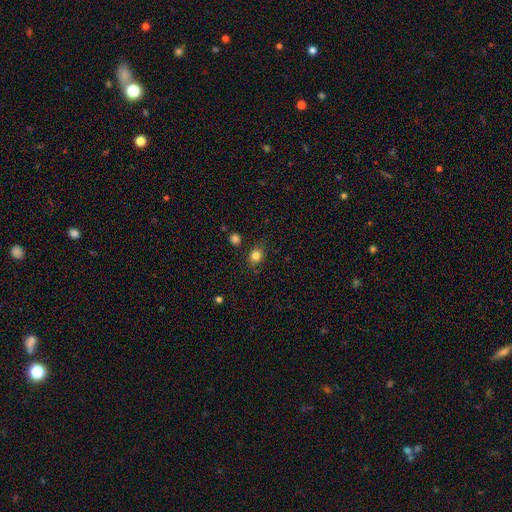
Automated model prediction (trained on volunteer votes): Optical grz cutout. It shows a smooth galaxy with no disk features (82%) that is round (59%). Merging: none (78%).